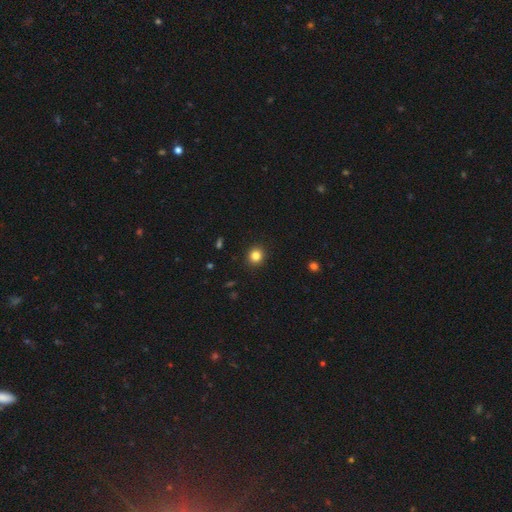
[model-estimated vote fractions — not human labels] A smooth galaxy with no disk features (83%) that is round (87%). Merging: none (92%).